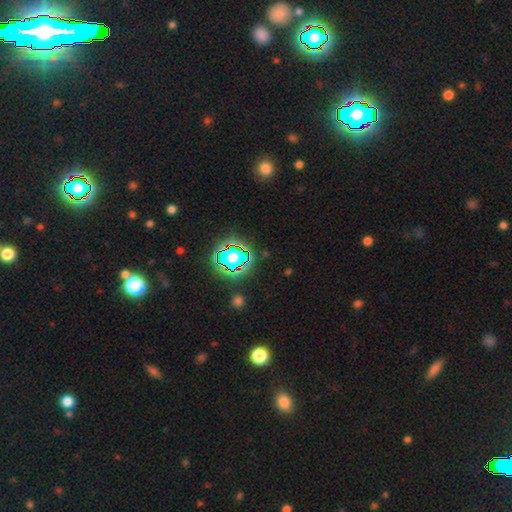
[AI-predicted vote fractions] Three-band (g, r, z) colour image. It shows a star or artifact, not a galaxy (76%).